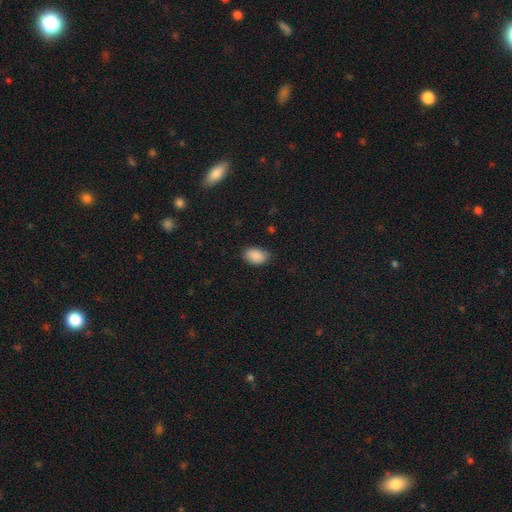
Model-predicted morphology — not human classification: The model was most divided on "merging": none: 81%, minor disturbance: 15%, major disturbance: 3%, merger: 1%. More confident: smooth or featured — smooth (89%); how rounded — in between (87%).